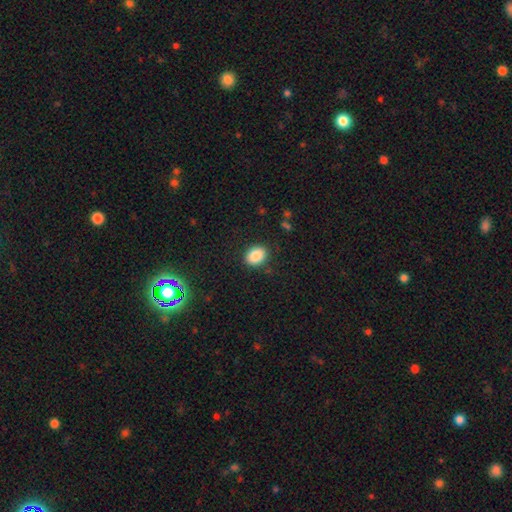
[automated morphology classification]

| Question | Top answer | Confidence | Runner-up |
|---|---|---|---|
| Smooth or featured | smooth | 85% | star or artifact (9%) |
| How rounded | in between | 65% | round (34%) |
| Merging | none | 87% | minor disturbance (9%) |